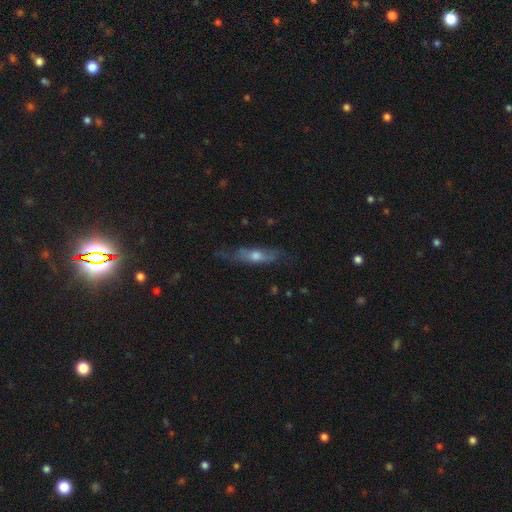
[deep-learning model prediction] smooth_or_featured: featured or disk (p=0.56) [alt: smooth p=0.36]
disk_edge_on: yes (p=0.65) [alt: no p=0.35]
merging: none (p=0.60) [alt: minor disturbance p=0.26]